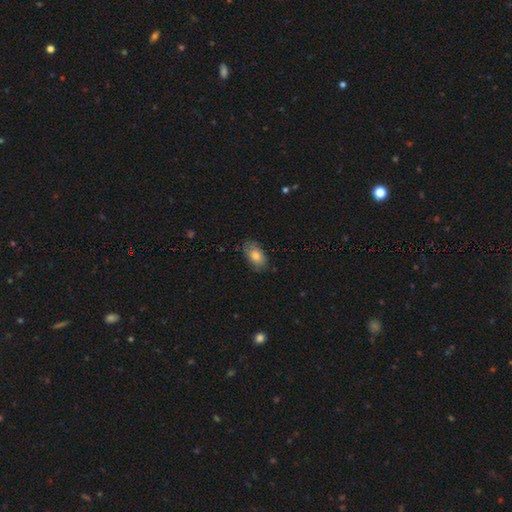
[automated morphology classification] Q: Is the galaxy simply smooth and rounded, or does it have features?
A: smooth — 78%.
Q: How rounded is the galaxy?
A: in between — 91%.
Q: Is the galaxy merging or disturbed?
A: none — 76%.